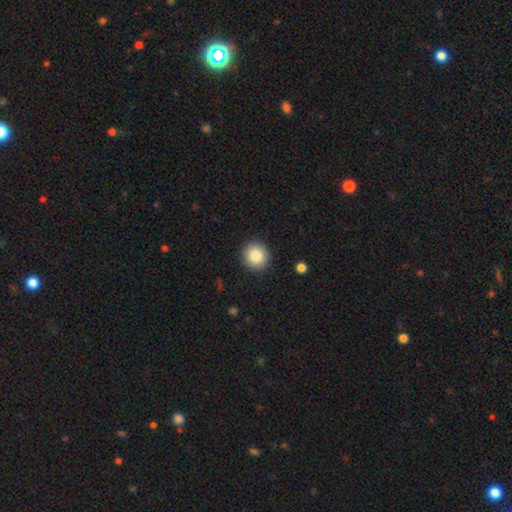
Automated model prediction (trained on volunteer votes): Overall: smooth (87%). How rounded: round (88%). Merging: none (91%).